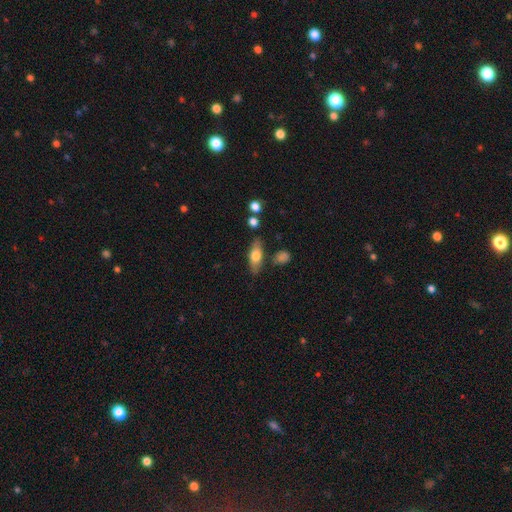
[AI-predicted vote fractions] Smooth or featured? smooth (65%)
How rounded? in between (69%)
Merging? none (78%)